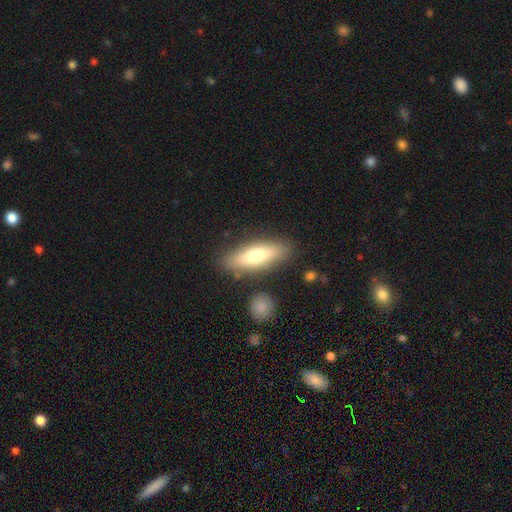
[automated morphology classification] Q: Smooth or featured?
A: smooth (68%); runner-up: featured or disk (25%)
Q: How rounded?
A: cigar-shaped (49%); runner-up: in between (48%)
Q: Merging?
A: none (83%); runner-up: minor disturbance (11%)